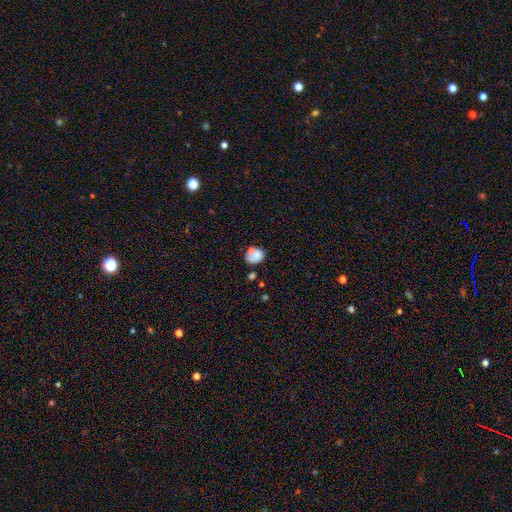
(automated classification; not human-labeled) A smooth galaxy with no disk features (70%) that is in between round and cigar-shaped (52%).

Vote fractions:
- Smooth or featured? smooth: 70% / featured or disk: 20% / star or artifact: 10%
- How rounded? in between: 52% / round: 47% / cigar-shaped: 1%
- Merging? none: 43% / merger: 28% / minor disturbance: 19% / major disturbance: 10%